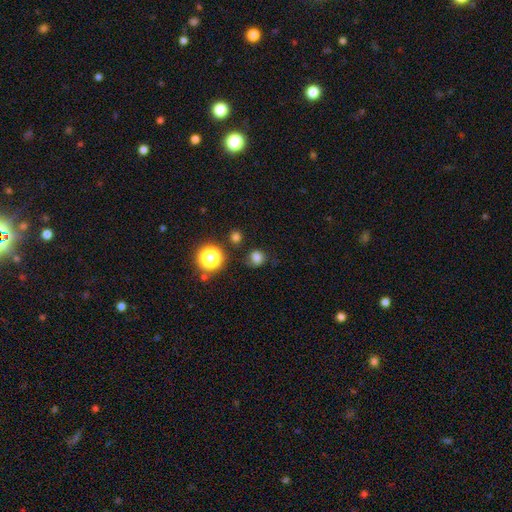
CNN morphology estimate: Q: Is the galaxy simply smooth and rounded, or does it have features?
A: smooth — 75%.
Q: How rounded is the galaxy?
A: round — 78%.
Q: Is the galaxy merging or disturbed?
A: none — 72%.